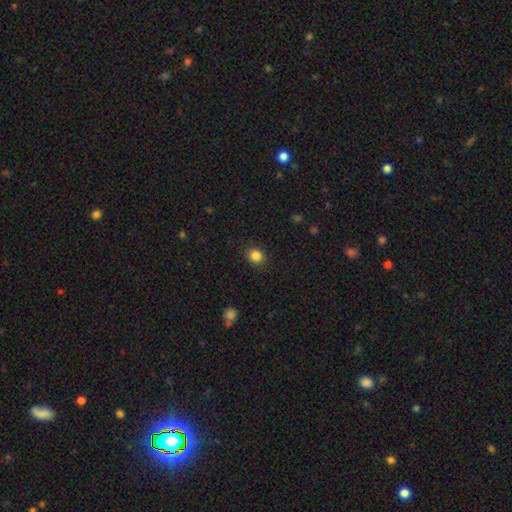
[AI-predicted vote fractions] smooth 85%, star or artifact 11%, featured or disk 4%. Down the decision tree: how rounded — round (72%); merging — none (89%).